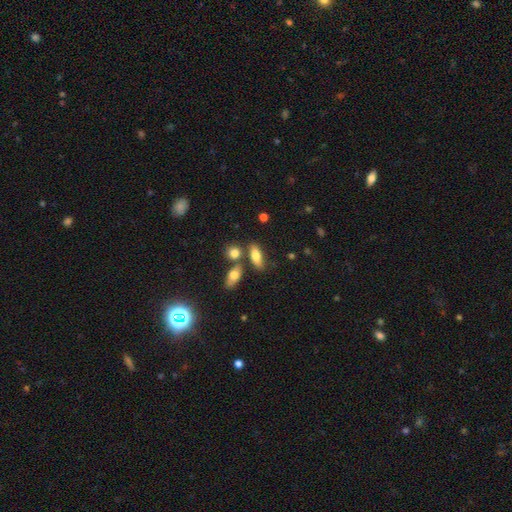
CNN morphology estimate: Q: Smooth or featured?
A: smooth (74%); runner-up: featured or disk (18%)
Q: How rounded?
A: in between (76%); runner-up: cigar-shaped (18%)
Q: Merging?
A: none (66%); runner-up: merger (18%)